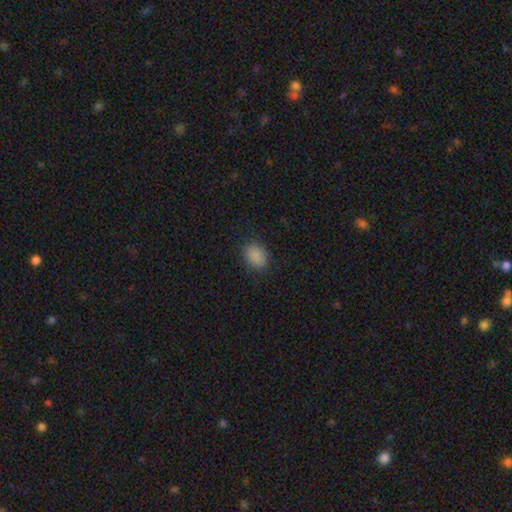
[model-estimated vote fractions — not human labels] smooth_or_featured: smooth (p=0.87) [alt: star or artifact p=0.09]
how_rounded: in between (p=0.68) [alt: round p=0.31]
merging: none (p=0.84) [alt: minor disturbance p=0.11]